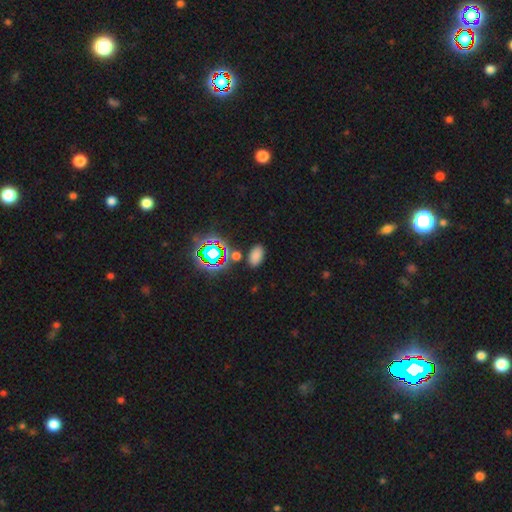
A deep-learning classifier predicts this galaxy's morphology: Q: Smooth or featured?
A: smooth (71%); runner-up: star or artifact (24%)
Q: How rounded?
A: in between (91%); runner-up: round (7%)
Q: Merging?
A: none (82%); runner-up: minor disturbance (9%)